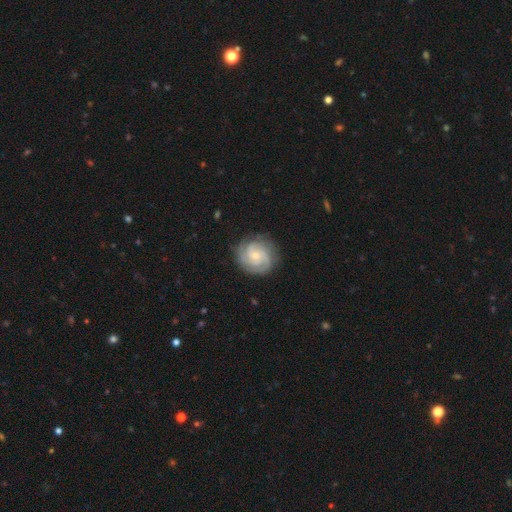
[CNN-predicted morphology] The model was most divided on "spiral arm count": 3: 36%, 2: 23%, can't tell: 18%, 4: 12%, 1: 5%, more than 4: 5%. More confident: edge-on disk — no (98%); spiral arms — yes (97%); smooth or featured — featured or disk (83%); merging — none (82%); bar — no (68%); spiral winding — tight (67%); bulge size — small (64%).